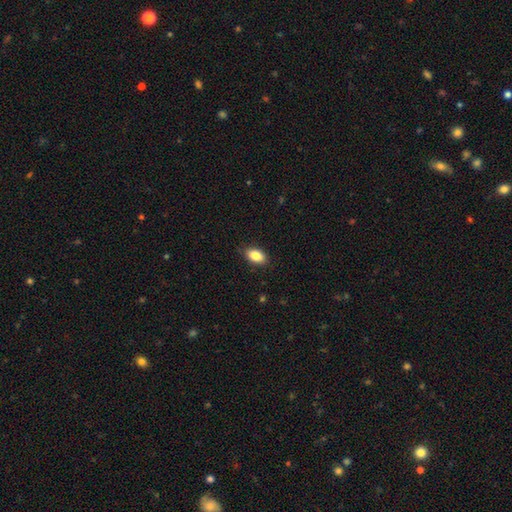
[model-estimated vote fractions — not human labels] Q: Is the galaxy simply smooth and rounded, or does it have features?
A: smooth — 86%.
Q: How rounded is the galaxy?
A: in between — 91%.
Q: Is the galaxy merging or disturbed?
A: none — 86%.